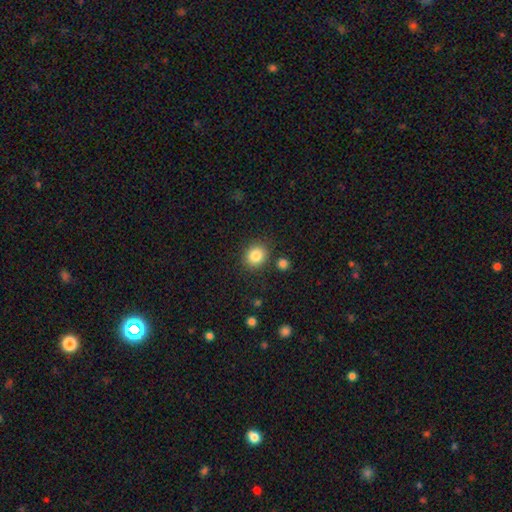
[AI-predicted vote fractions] A smooth galaxy with no disk features (85%) that is round (75%). Merging: none (85%).